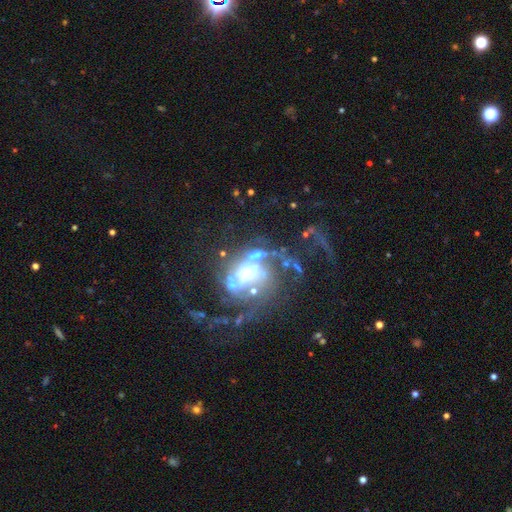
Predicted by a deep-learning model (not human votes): smooth_or_featured: featured or disk (p=0.71) [alt: star or artifact p=0.19]
disk_edge_on: no (p=0.92) [alt: yes p=0.08]
bar: strong (p=0.42) [alt: no p=0.35]
has_spiral_arms: yes (p=0.56) [alt: no p=0.44]
bulge_size: moderate (p=0.42) [alt: large p=0.29]
merging: none (p=0.36) [alt: major disturbance p=0.32]